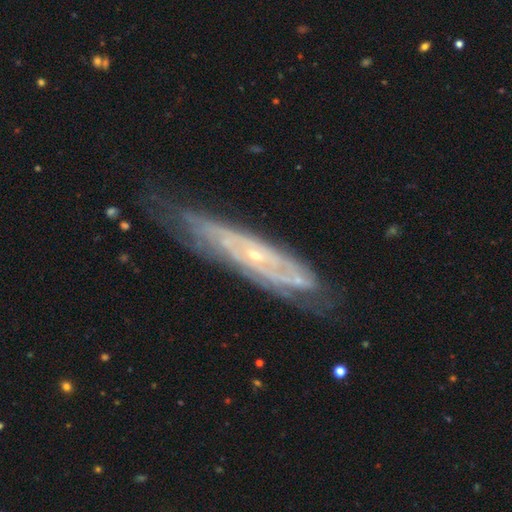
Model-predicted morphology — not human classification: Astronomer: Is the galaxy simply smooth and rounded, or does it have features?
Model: featured or disk — 83%.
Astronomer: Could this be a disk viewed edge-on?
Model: no — 69%.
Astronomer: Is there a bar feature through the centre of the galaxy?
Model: no — 70%.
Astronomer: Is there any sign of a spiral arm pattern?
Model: yes — 89%.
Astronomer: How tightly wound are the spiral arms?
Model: tight — 66%.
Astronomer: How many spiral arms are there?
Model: can't tell — 50%.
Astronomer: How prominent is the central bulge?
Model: small — 83%.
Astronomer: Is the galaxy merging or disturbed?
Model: none — 69%.